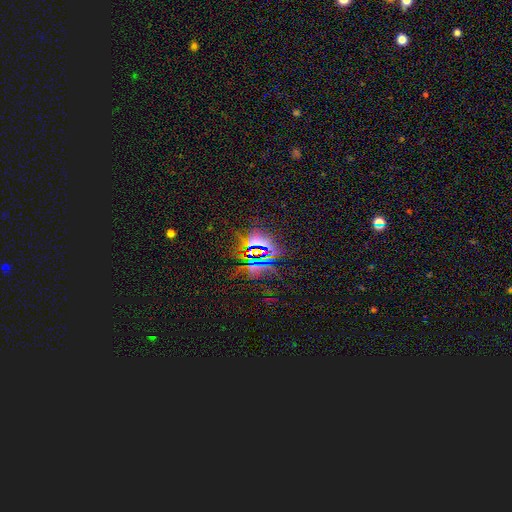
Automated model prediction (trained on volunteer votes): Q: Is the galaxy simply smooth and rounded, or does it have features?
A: star or artifact — 79%.